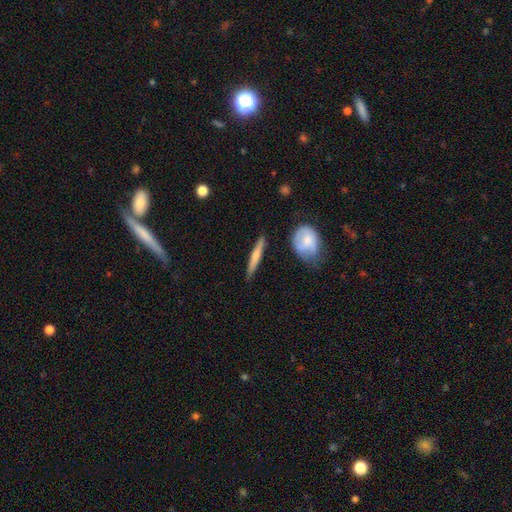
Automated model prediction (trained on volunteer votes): This is possibly a smooth galaxy (55%). How rounded: clearly cigar-shaped (91%). Merging: clearly none (85%).